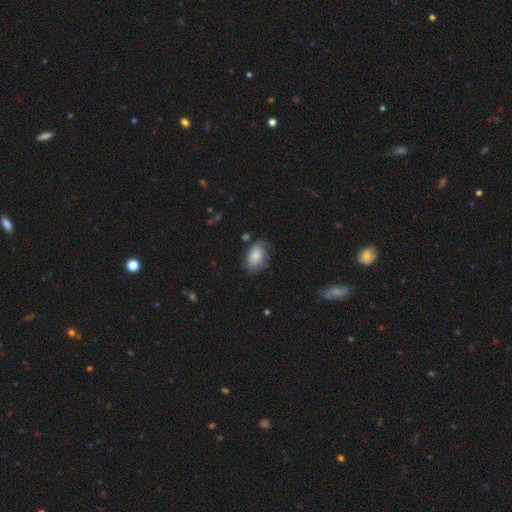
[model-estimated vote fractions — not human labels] smooth 75%, featured or disk 18%, star or artifact 7%. Down the decision tree: how rounded — in between (88%); merging — none (59%).